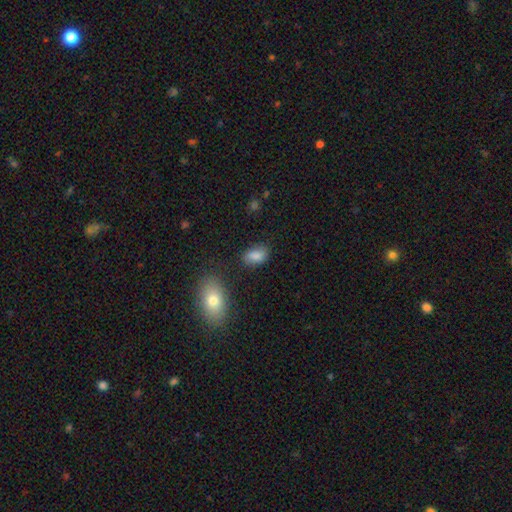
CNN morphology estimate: type=smooth (84%); roundness=in between (89%); merging=none (70%).